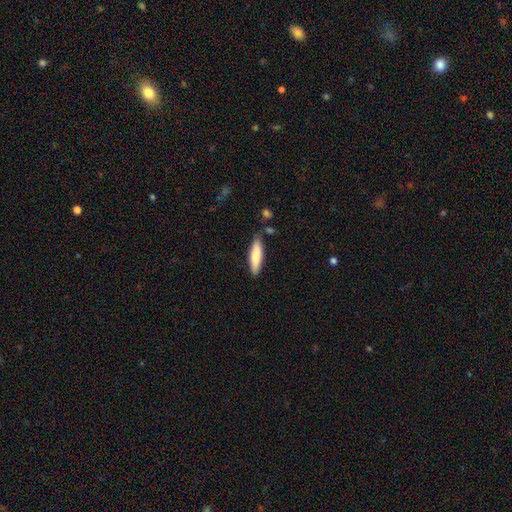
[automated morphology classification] This is likely a smooth galaxy (80%). How rounded: likely cigar-shaped (71%). Merging: clearly none (81%).